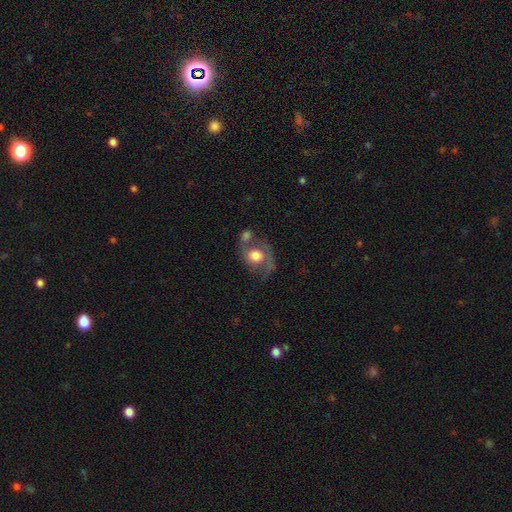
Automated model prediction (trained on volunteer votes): This appears to be a smooth galaxy with no disk features (47%). Merging: none (35%).